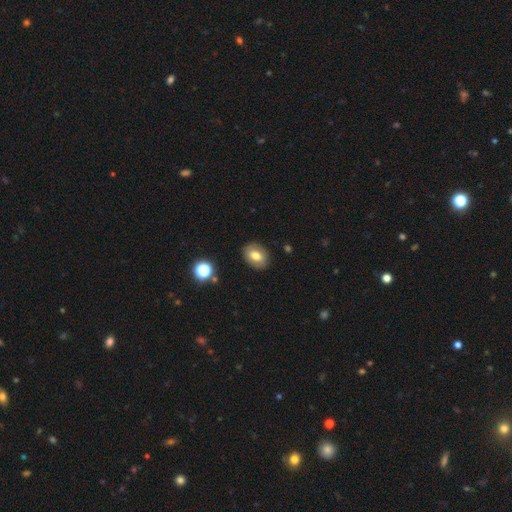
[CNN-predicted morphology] Overall: smooth (69%). How rounded: in between (69%; round 30%). Merging: none (85%).